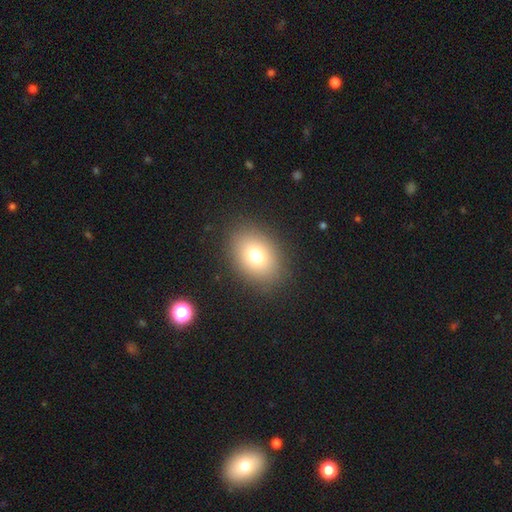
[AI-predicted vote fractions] Smooth or featured: smooth — 76% (star or artifact — 12%)
How rounded: in between — 68% (round — 31%)
Merging: none — 87% (minor disturbance — 8%)